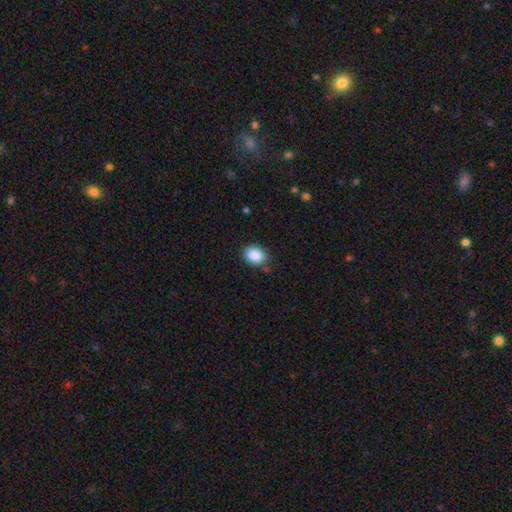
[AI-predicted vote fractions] Smooth or featured: smooth — 88% (star or artifact — 8%)
How rounded: in between — 68% (round — 31%)
Merging: none — 81% (minor disturbance — 14%)